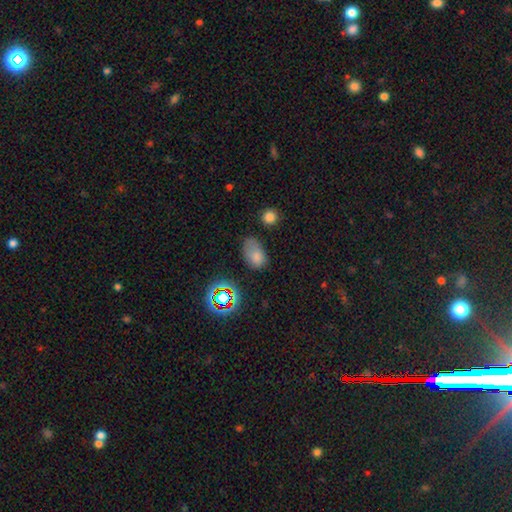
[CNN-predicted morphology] The model was most divided on "merging": none: 52%, minor disturbance: 31%, major disturbance: 12%, merger: 5%. More confident: how rounded — in between (88%); smooth or featured — smooth (75%).